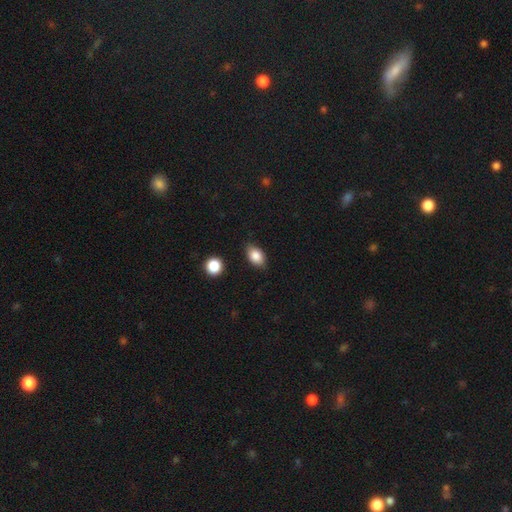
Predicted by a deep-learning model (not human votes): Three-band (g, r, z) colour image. It shows a smooth galaxy with no disk features (84%) that is in between round and cigar-shaped (84%). Merging: none (81%).